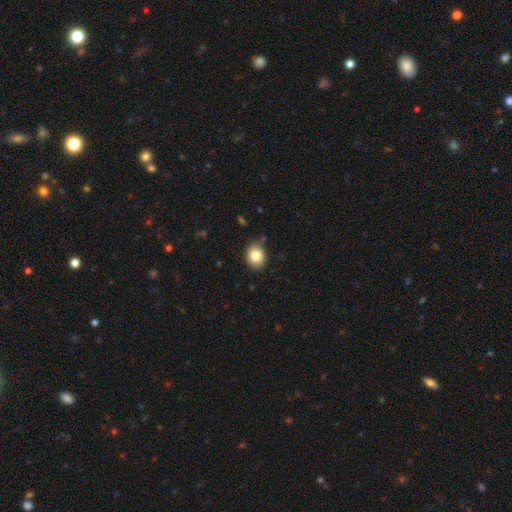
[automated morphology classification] The model was most divided on "how rounded": in between: 54%, round: 45%, cigar-shaped: 1%. More confident: merging — none (84%); smooth or featured — smooth (83%).